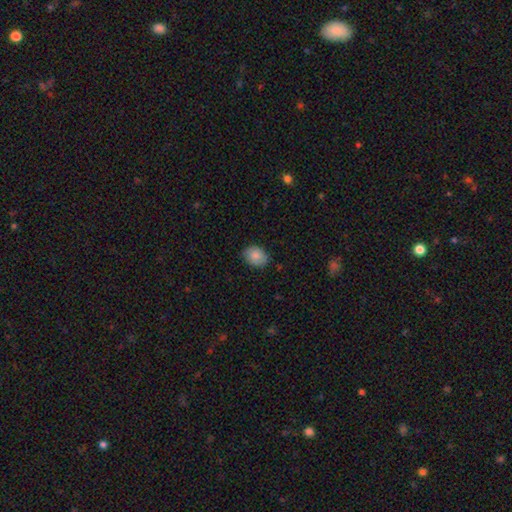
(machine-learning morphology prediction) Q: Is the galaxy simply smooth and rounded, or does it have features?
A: smooth — 85%.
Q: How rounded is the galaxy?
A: in between — 68%.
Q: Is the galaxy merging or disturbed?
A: none — 82%.